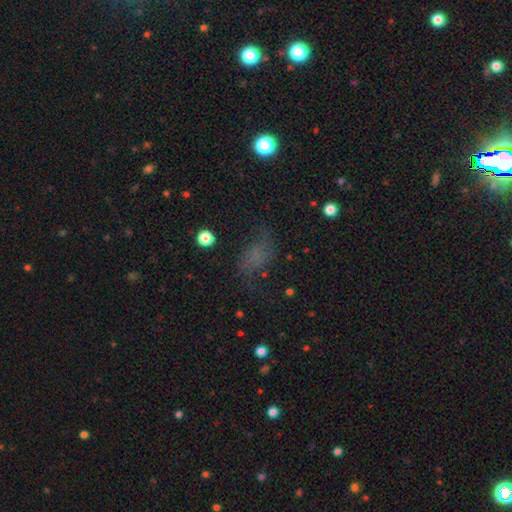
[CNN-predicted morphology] Overall: smooth (50%; featured or disk 27%). How rounded: in between (81%). Merging: none (51%; minor disturbance 23%).